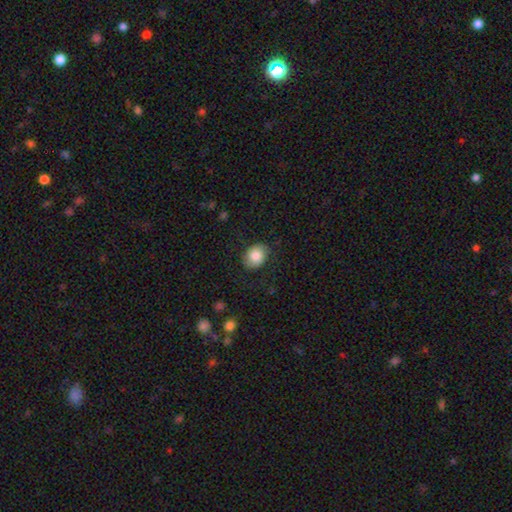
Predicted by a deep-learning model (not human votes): Smooth or featured: smooth — 81% (featured or disk — 12%)
How rounded: in between — 62% (round — 37%)
Merging: none — 78% (minor disturbance — 16%)